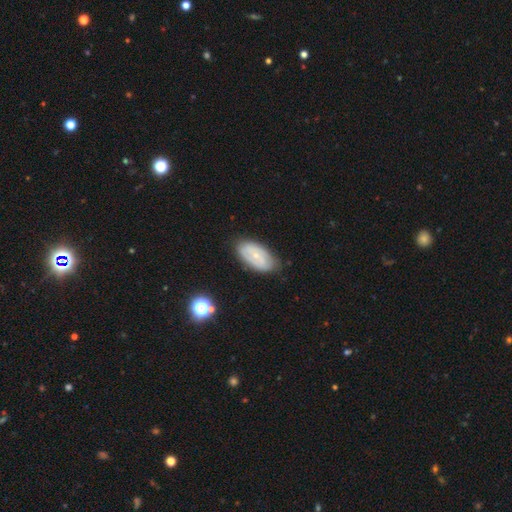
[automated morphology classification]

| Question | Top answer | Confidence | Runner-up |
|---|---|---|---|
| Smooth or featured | featured or disk | 53% | smooth (40%) |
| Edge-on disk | no | 92% | yes (8%) |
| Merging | none | 76% | minor disturbance (18%) |